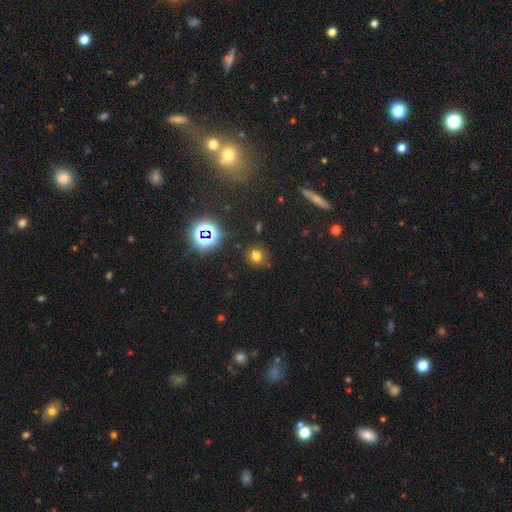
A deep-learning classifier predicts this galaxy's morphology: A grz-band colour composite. It shows a smooth galaxy with no disk features (68%) that is round (90%). Merging: none (84%).